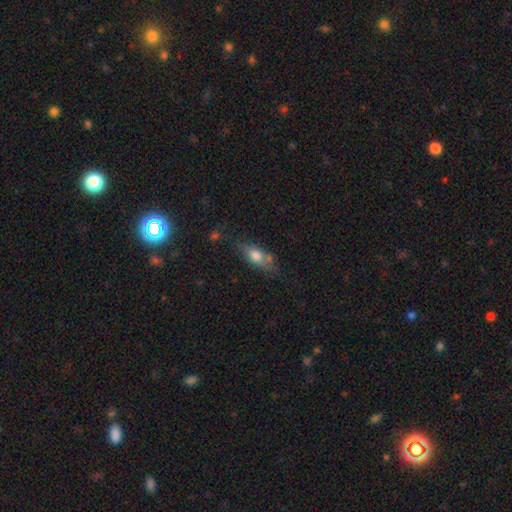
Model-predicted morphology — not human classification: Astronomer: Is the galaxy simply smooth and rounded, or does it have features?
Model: smooth — 68%.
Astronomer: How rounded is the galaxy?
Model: in between — 75%.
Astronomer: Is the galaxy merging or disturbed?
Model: none — 56%.